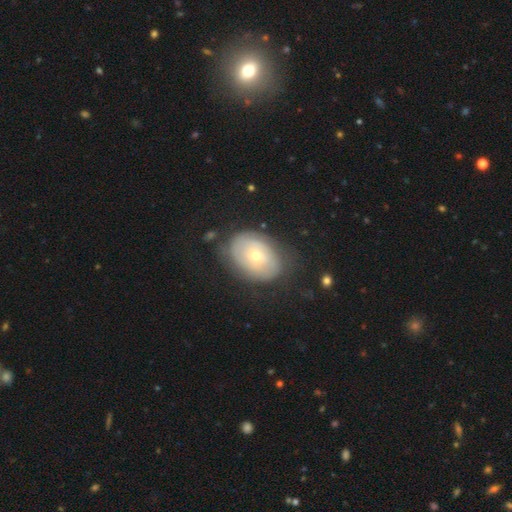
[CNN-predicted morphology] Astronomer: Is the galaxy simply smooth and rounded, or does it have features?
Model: featured or disk — 48% (runner-up: smooth, 45%).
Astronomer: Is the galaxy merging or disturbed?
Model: none — 70%.